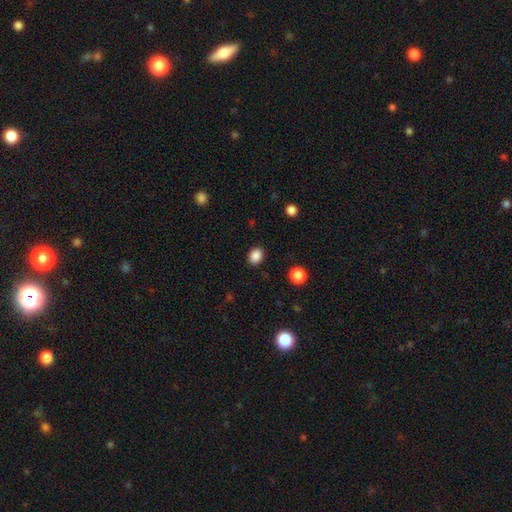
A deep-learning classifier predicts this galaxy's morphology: type=smooth (87%); roundness=round (50%); merging=none (89%).